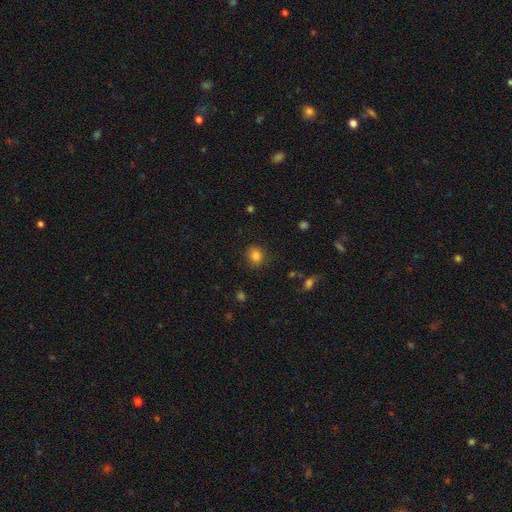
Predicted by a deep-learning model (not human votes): The model was most divided on "how rounded": round: 71%, in between: 28%, cigar-shaped: 1%. More confident: smooth or featured — smooth (84%); merging — none (83%).